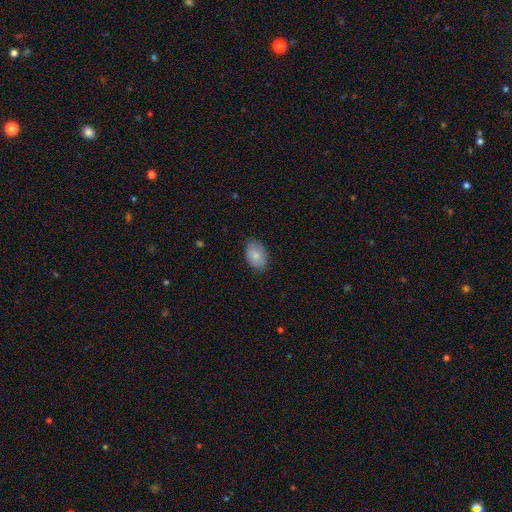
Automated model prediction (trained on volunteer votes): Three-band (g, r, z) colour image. It shows a smooth galaxy with no disk features (80%) that is in between round and cigar-shaped (87%). Merging: none (82%).